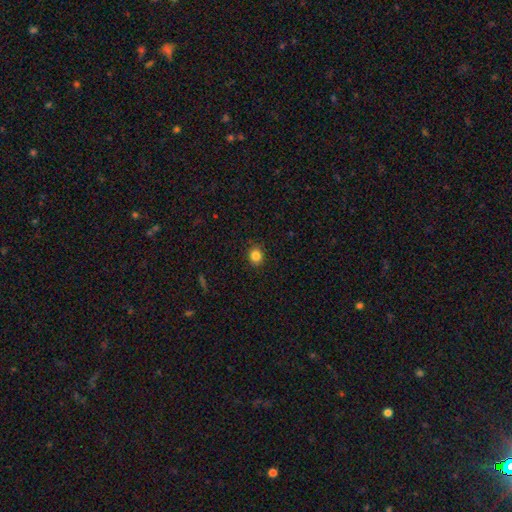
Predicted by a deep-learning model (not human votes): Smooth or featured? smooth (85%)
How rounded? round (79%)
Merging? none (90%)